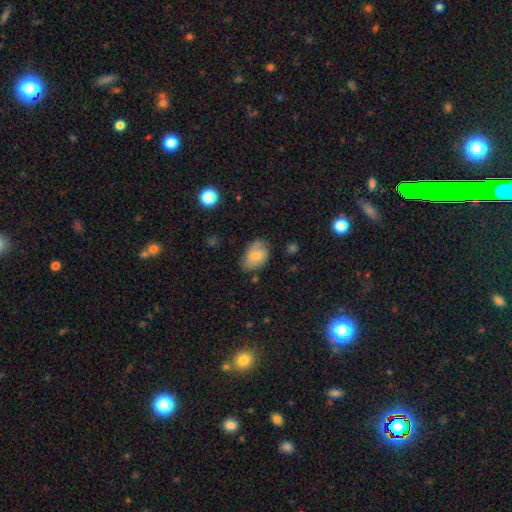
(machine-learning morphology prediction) This appears to be a smooth galaxy with no disk features (74%) that is in between round and cigar-shaped (82%). Merging: none (59%).